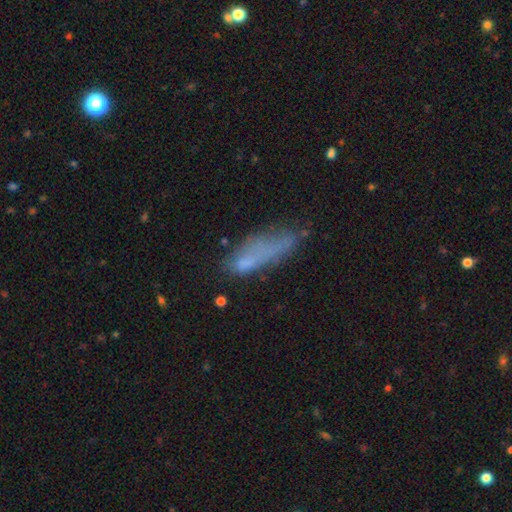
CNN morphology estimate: A smooth galaxy with no disk features (59%) that is cigar-shaped (60%).

Vote fractions:
- Smooth or featured? smooth: 59% / featured or disk: 27% / star or artifact: 14%
- How rounded? cigar-shaped: 60% / in between: 38% / round: 2%
- Merging? none: 44% / minor disturbance: 28% / major disturbance: 20% / merger: 7%